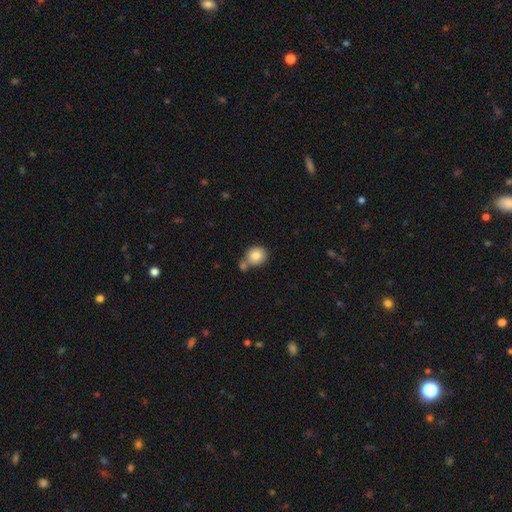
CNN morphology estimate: smooth 83%, star or artifact 9%, featured or disk 8%. Down the decision tree: how rounded — round (79%); merging — none (53%).